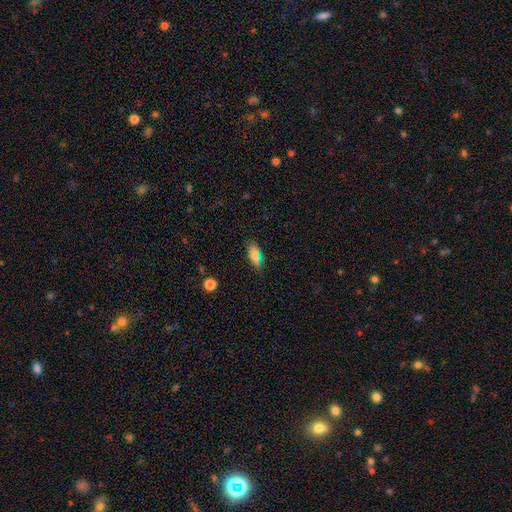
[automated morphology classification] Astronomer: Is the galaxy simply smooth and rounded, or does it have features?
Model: smooth — 76%.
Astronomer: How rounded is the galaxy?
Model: in between — 81%.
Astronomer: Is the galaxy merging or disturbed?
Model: none — 80%.